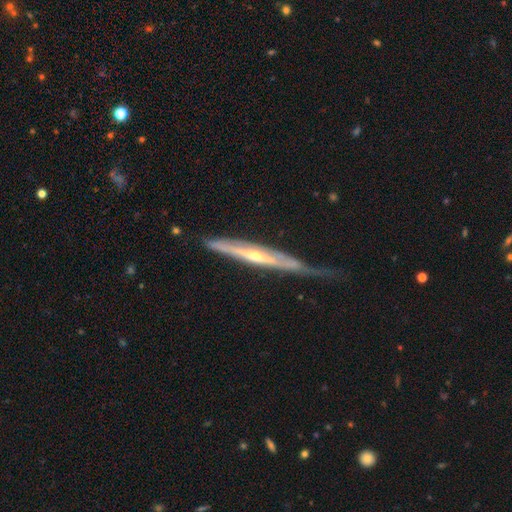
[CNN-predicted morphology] smooth_or_featured: featured or disk (p=0.78) [alt: smooth p=0.17]
disk_edge_on: yes (p=0.90) [alt: no p=0.10]
edge_on_bulge: rounded (p=0.66) [alt: none p=0.30]
merging: none (p=0.49) [alt: minor disturbance p=0.37]